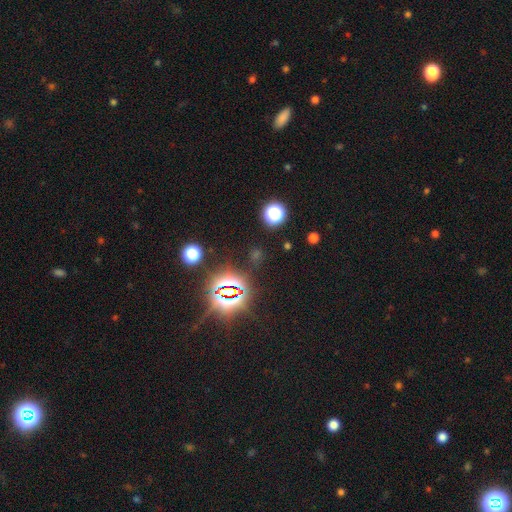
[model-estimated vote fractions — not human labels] star or artifact 69%, smooth 24%, featured or disk 7%.